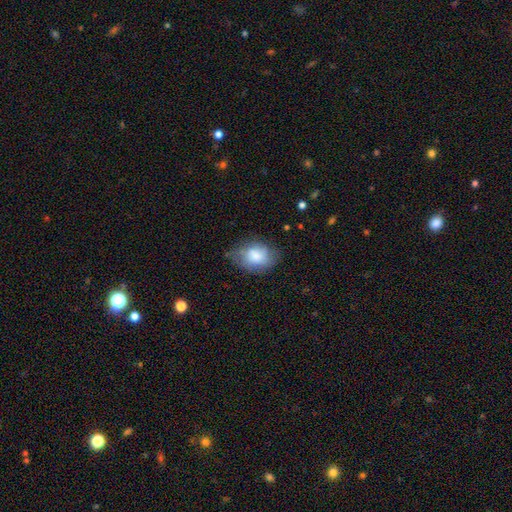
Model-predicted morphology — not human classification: This appears to be a smooth galaxy with no disk features (76%) that is in between round and cigar-shaped (76%). Merging: none (55%).